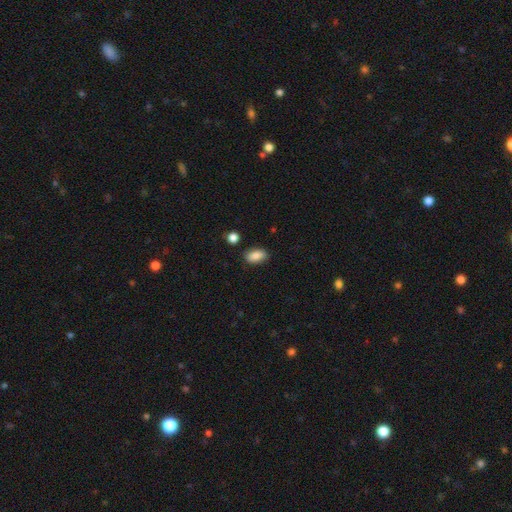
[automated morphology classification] A smooth galaxy with no disk features (87%) that is in between round and cigar-shaped (91%). Merging: none (84%).